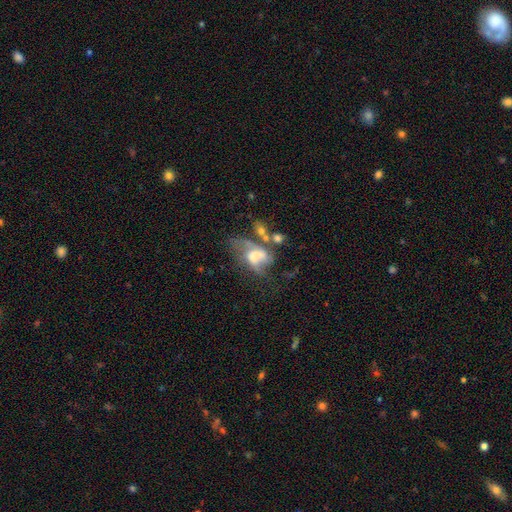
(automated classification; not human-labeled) Smooth or featured?
  - featured or disk: 59% *
  - smooth: 30%
  - star or artifact: 12%
Edge-on disk?
  - no: 96% *
  - yes: 4%
Bar?
  - no: 60% *
  - weak: 30%
  - strong: 10%
Spiral arms?
  - yes: 56% *
  - no: 44%
Bulge size?
  - moderate: 35% *
  - small: 28%
  - none: 20%
  - large: 13%
  - dominant: 3%
Merging?
  - major disturbance: 37% *
  - merger: 32%
  - none: 18%
  - minor disturbance: 14%